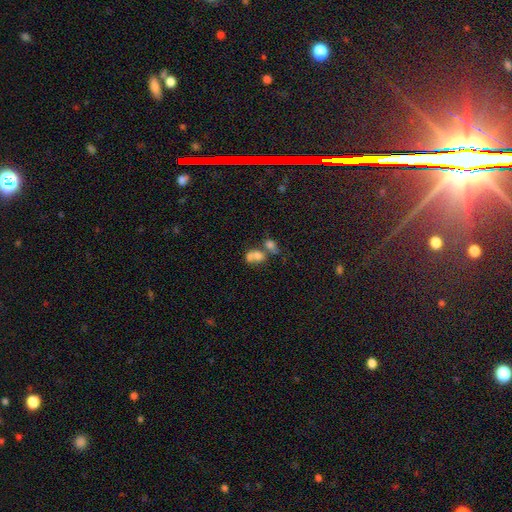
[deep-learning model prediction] smooth-or-featured: smooth: 67% | featured or disk: 21% | star or artifact: 12%
  how-rounded: in between: 59% | round: 39% | cigar-shaped: 2%
  merging: merger: 68% | none: 18% | minor disturbance: 7% | major disturbance: 7%